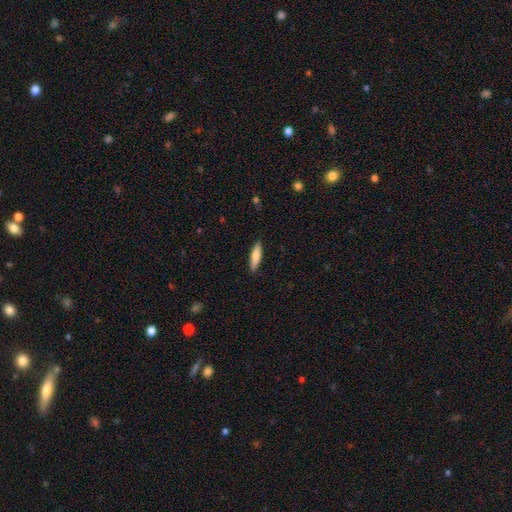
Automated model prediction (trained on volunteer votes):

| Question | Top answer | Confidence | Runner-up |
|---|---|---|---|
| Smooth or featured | smooth | 73% | featured or disk (21%) |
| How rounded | cigar-shaped | 72% | in between (26%) |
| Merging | none | 90% | minor disturbance (7%) |